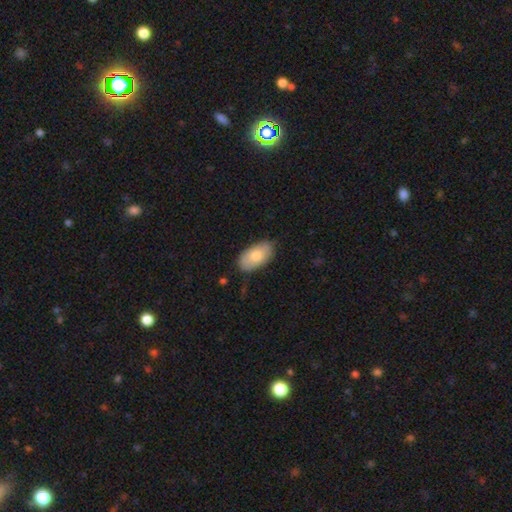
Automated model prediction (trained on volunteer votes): Smooth or featured? Predicted: smooth (p=0.76). How rounded? Predicted: in between (p=0.94). Merging? Predicted: none (p=0.81).